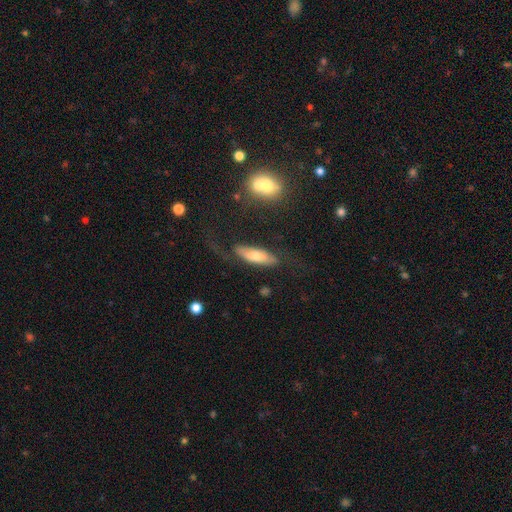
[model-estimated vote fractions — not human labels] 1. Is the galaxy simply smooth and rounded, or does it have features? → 46% featured or disk (tied), 46% smooth (tied), 8% star or artifact.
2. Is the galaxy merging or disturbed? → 55% none, 21% minor disturbance, 20% major disturbance, 4% merger.